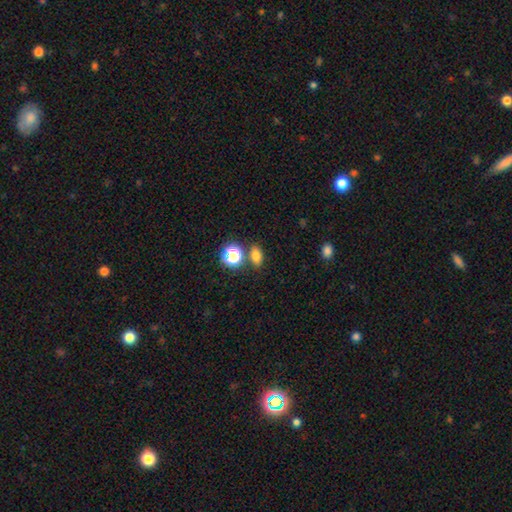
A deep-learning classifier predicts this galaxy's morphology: Smooth or featured: smooth — 72% (star or artifact — 19%)
How rounded: in between — 72% (round — 25%)
Merging: none — 77% (merger — 11%)